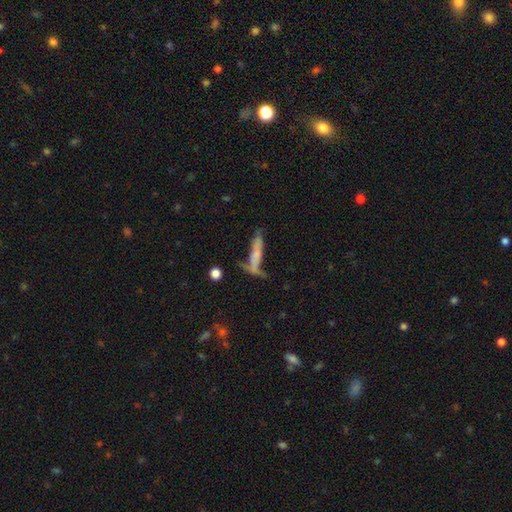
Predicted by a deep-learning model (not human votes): Q: Smooth or featured?
A: smooth (46%); runner-up: featured or disk (44%)
Q: Merging?
A: none (37%); runner-up: major disturbance (24%)